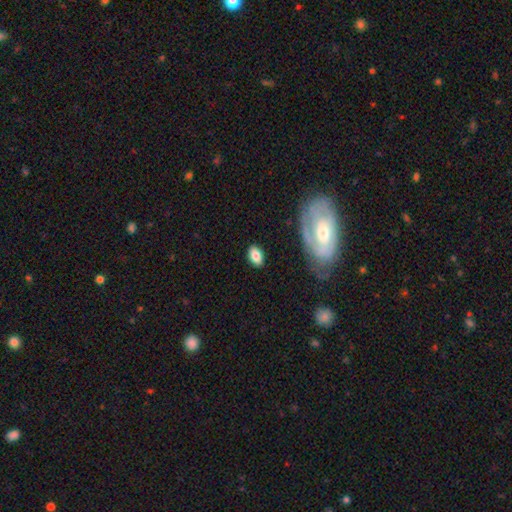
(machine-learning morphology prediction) This appears to be a smooth galaxy with no disk features (81%) that is in between round and cigar-shaped (89%). Merging: none (85%).